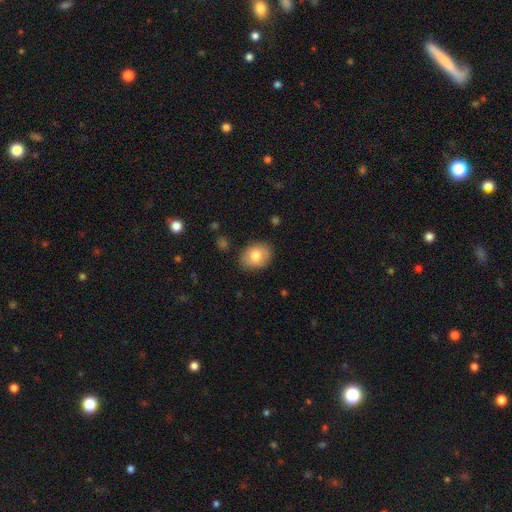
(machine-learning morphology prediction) A smooth galaxy with no disk features (79%) that is in between round and cigar-shaped (66%). Merging: none (84%).